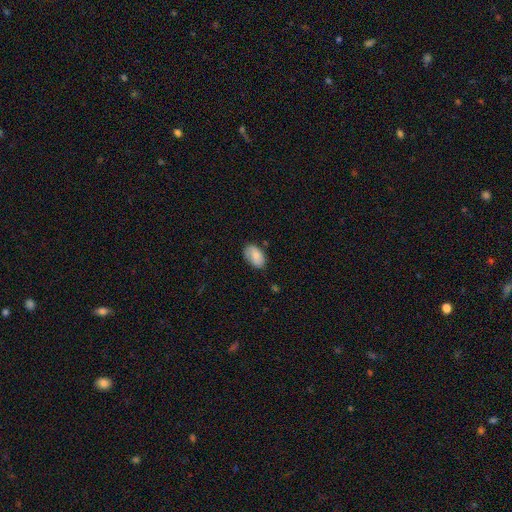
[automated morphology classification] This is likely a smooth galaxy (74%). How rounded: clearly in between (92%). Merging: likely none (71%).